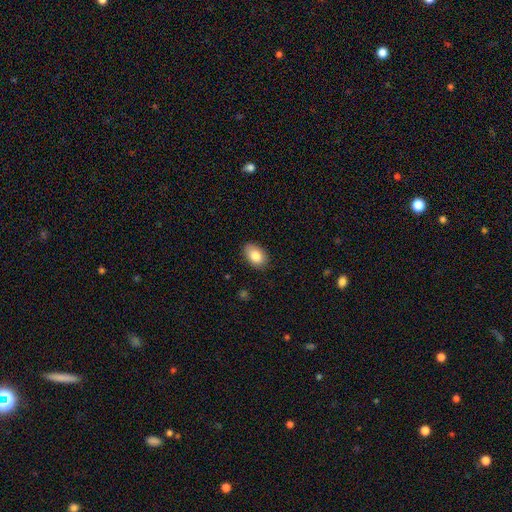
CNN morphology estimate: Smooth or featured: smooth — 84% (featured or disk — 9%)
How rounded: in between — 86% (round — 13%)
Merging: none — 86% (minor disturbance — 11%)